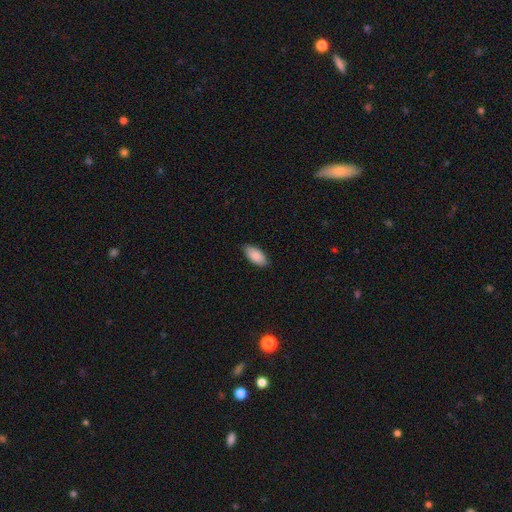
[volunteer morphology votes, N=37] Smooth or featured? smooth (86%)
How rounded? in between (97%)
Merging? none (94%)